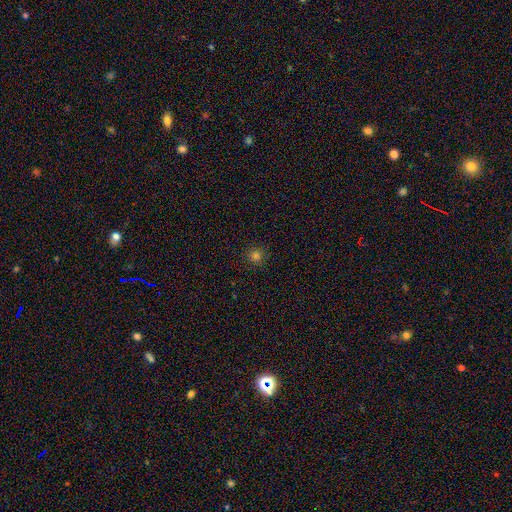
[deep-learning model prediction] This is likely a smooth galaxy (79%). How rounded: clearly round (95%). Merging: clearly none (91%).